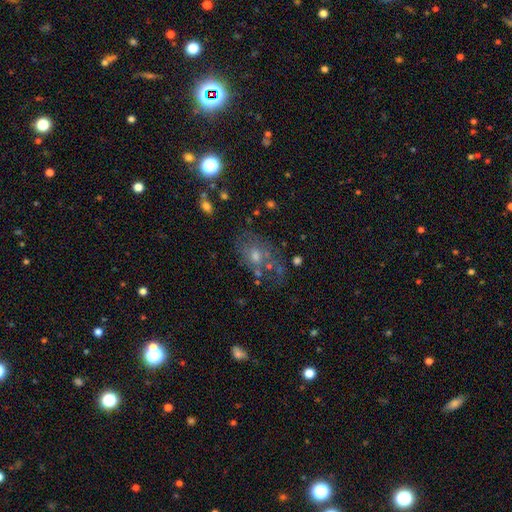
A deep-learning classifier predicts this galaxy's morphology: Smooth or featured: featured or disk — 40% (tied with smooth — 40%)
Merging: none — 49% (minor disturbance — 22%)